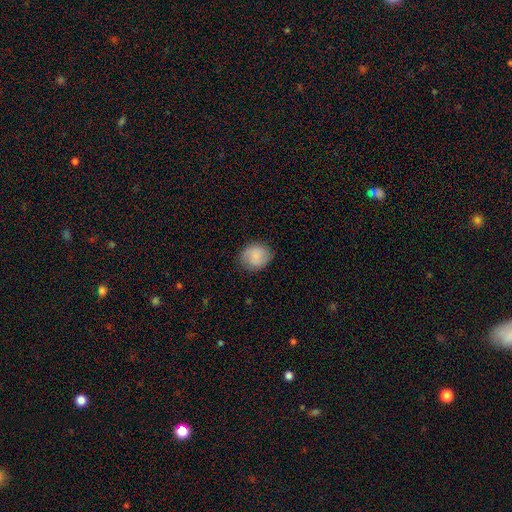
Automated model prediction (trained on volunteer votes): Smooth or featured?
  - smooth: 78% *
  - featured or disk: 15%
  - star or artifact: 8%
How rounded?
  - round: 64% *
  - in between: 35%
  - cigar-shaped: 1%
Merging?
  - none: 80% *
  - minor disturbance: 15%
  - major disturbance: 4%
  - merger: 1%